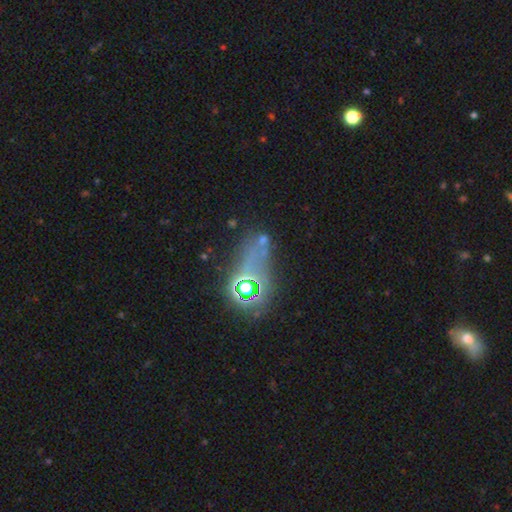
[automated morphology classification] Smooth or featured? star or artifact (55%)